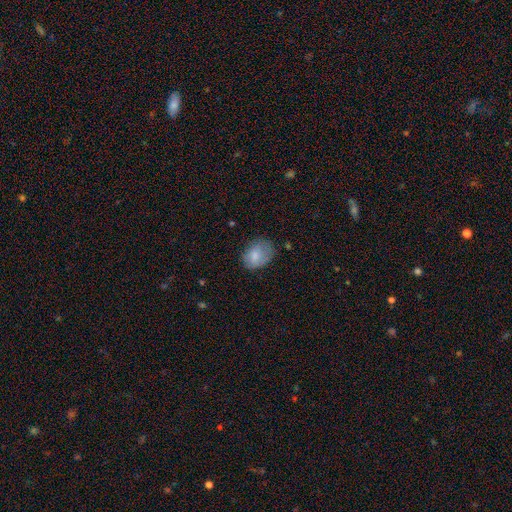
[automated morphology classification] Q: Smooth or featured?
A: smooth (78%); runner-up: featured or disk (14%)
Q: How rounded?
A: in between (68%); runner-up: round (31%)
Q: Merging?
A: none (59%); runner-up: minor disturbance (28%)